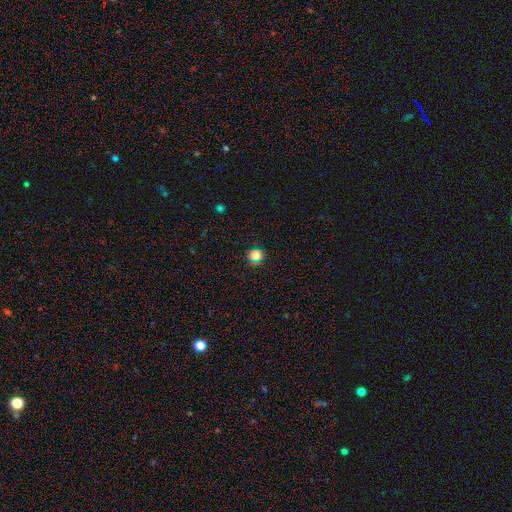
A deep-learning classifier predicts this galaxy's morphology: Overall: smooth (78%). How rounded: round (91%). Merging: none (88%).